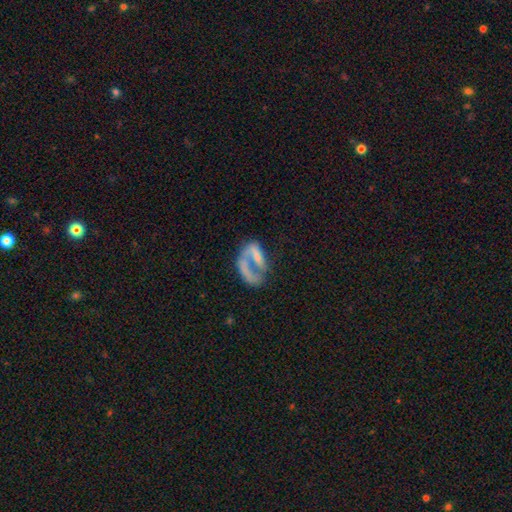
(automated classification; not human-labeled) Smooth or featured?
  - featured or disk: 53% *
  - smooth: 36%
  - star or artifact: 11%
Edge-on disk?
  - no: 95% *
  - yes: 5%
Bar?
  - no: 68% *
  - weak: 16%
  - strong: 16%
Spiral arms?
  - no: 69% *
  - yes: 31%
Bulge size?
  - none: 67% *
  - small: 15%
  - moderate: 11%
  - large: 4%
  - dominant: 2%
Merging?
  - major disturbance: 41% *
  - none: 30%
  - minor disturbance: 15%
  - merger: 13%